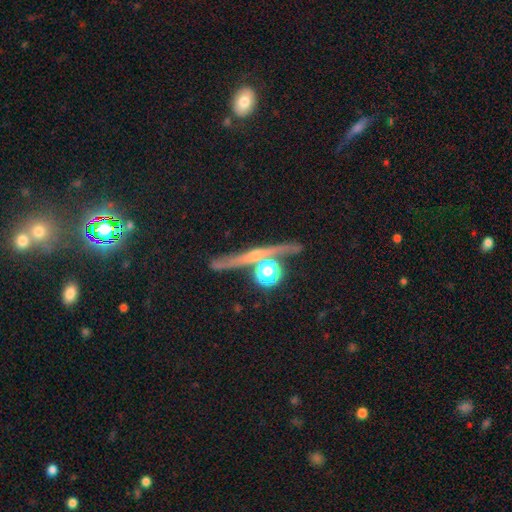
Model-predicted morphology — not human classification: Smooth or featured? featured or disk (50%)
Edge-on disk? yes (85%)
Merging? none (69%)